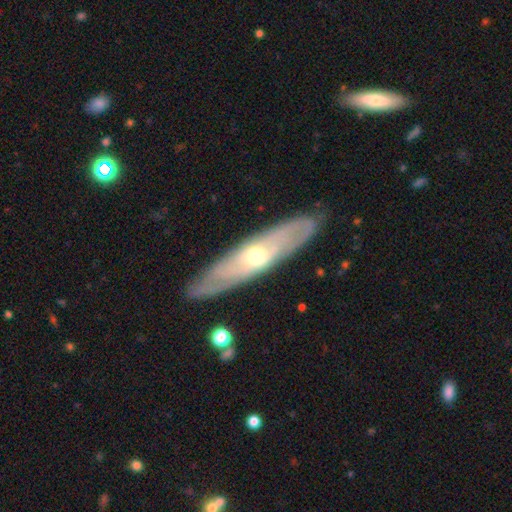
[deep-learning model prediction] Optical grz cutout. It shows a featured or disk galaxy (71%). Merging: none (85%).